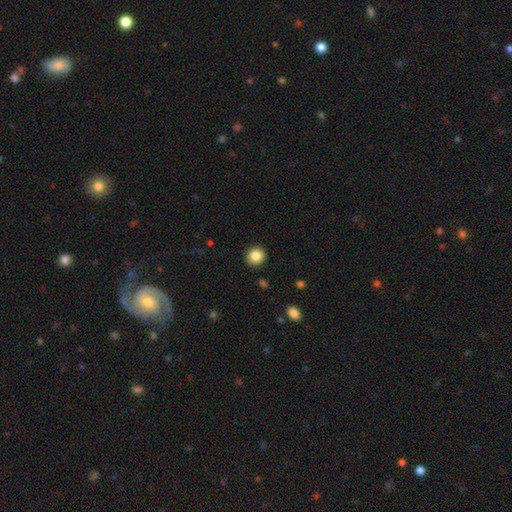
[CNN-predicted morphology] A smooth galaxy with no disk features (85%) that is round (89%).

Vote fractions:
- Smooth or featured? smooth: 85% / star or artifact: 9% / featured or disk: 5%
- How rounded? round: 89% / in between: 10% / cigar-shaped: 1%
- Merging? none: 92% / minor disturbance: 5% / major disturbance: 2% / merger: 1%